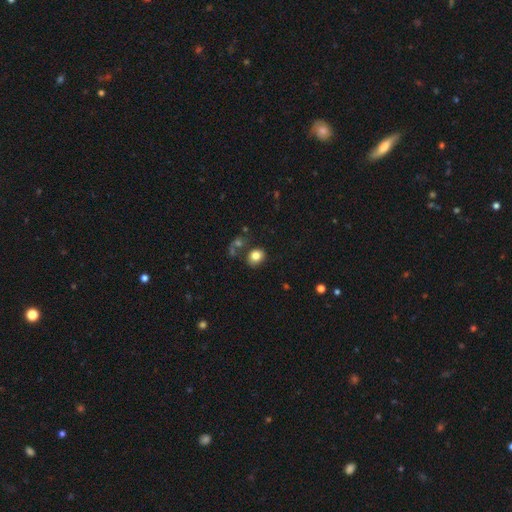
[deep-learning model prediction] Smooth or featured: smooth — 81% (star or artifact — 10%)
How rounded: round — 55% (in between — 44%)
Merging: none — 69% (minor disturbance — 13%)